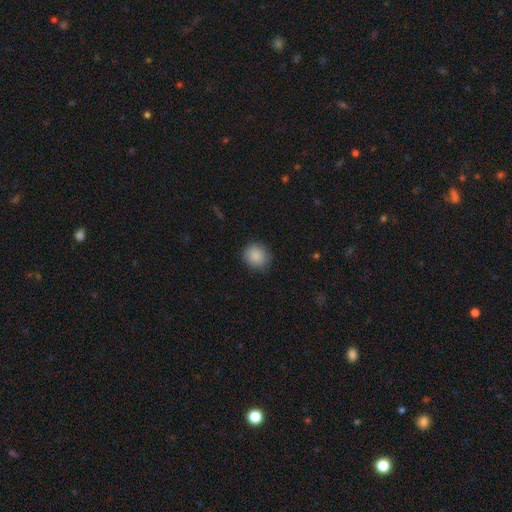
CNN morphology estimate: type=smooth (88%); roundness=round (80%); merging=none (85%).